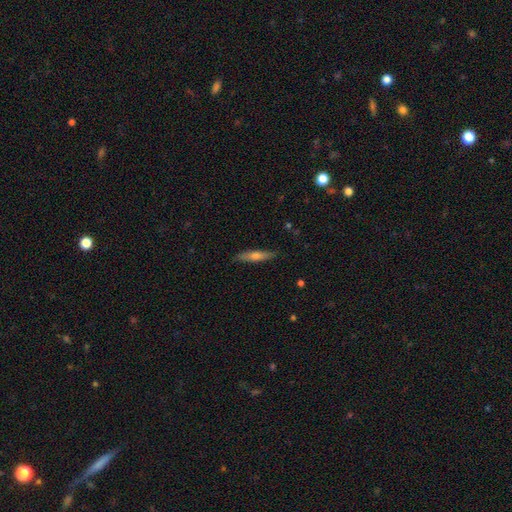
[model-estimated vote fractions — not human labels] Morphology: type=featured or disk (48%); merging=none (88%).